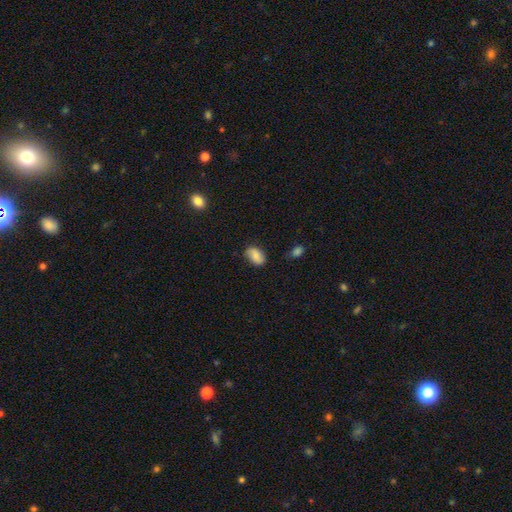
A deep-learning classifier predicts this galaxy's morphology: Smooth or featured?
  - smooth: 77% *
  - featured or disk: 15%
  - star or artifact: 8%
How rounded?
  - in between: 89% *
  - round: 9%
  - cigar-shaped: 2%
Merging?
  - none: 73% *
  - minor disturbance: 21%
  - major disturbance: 4%
  - merger: 2%